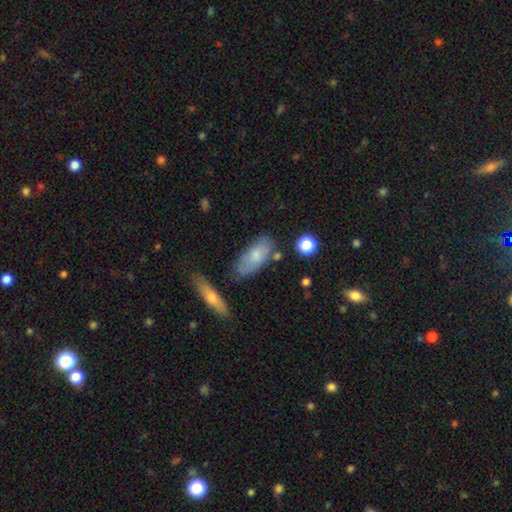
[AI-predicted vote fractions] A smooth galaxy with no disk features (71%) that is in between round and cigar-shaped (83%). Merging: none (65%).